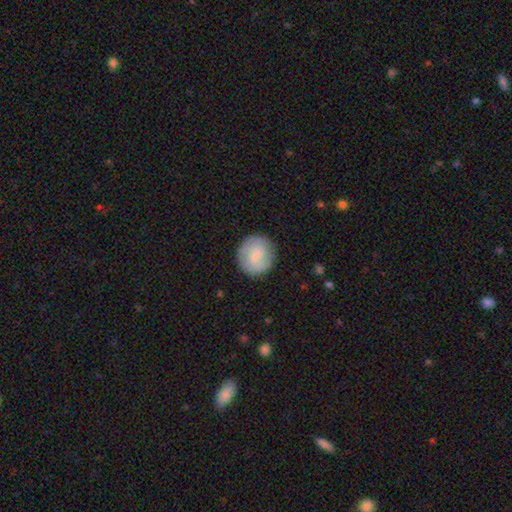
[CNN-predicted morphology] A smooth galaxy with no disk features (67%) that is round (91%).

Vote fractions:
- Smooth or featured? smooth: 67% / featured or disk: 26% / star or artifact: 6%
- How rounded? round: 91% / in between: 8% / cigar-shaped: 1%
- Merging? none: 86% / minor disturbance: 10% / major disturbance: 3% / merger: 1%